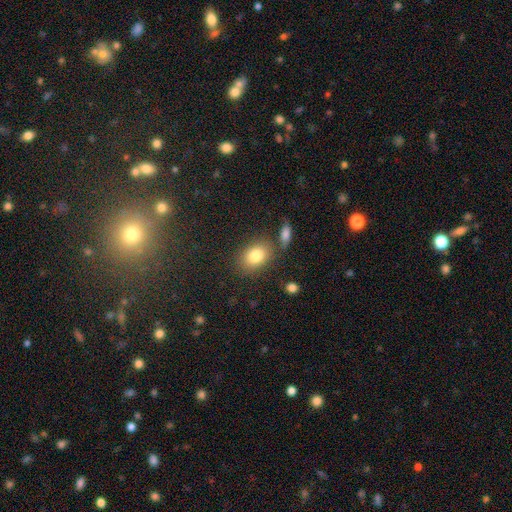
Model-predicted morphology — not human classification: Overall: smooth (82%). How rounded: in between (74%). Merging: none (75%).